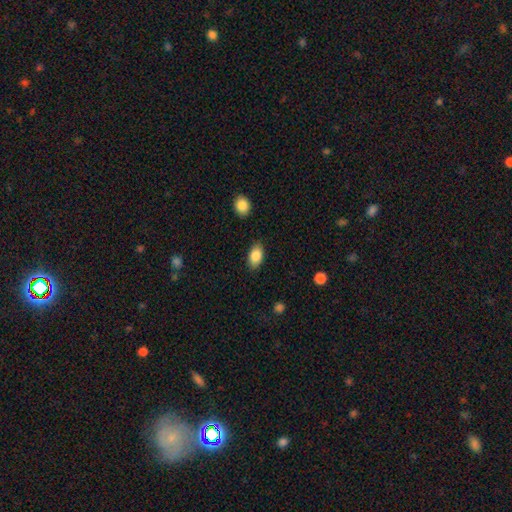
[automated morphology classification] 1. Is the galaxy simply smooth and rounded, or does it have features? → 86% smooth, 7% star or artifact, 7% featured or disk.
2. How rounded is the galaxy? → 91% in between, 8% round, 2% cigar-shaped.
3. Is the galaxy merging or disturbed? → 85% none, 11% minor disturbance, 3% major disturbance, 2% merger.